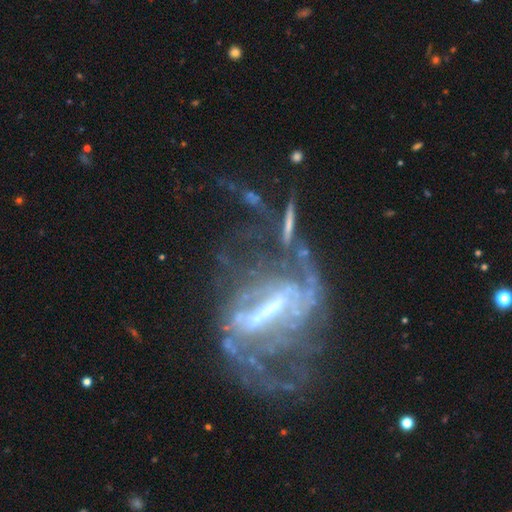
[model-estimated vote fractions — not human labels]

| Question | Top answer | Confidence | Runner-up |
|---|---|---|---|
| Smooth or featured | featured or disk | 84% | star or artifact (10%) |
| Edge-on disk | no | 90% | yes (10%) |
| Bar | strong | 73% | weak (20%) |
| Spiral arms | yes | 78% | no (22%) |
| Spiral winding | medium | 38% | loose (33%) |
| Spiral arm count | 2 | 48% | can't tell (32%) |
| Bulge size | small | 39% | moderate (33%) |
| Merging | major disturbance | 40% | none (34%) |